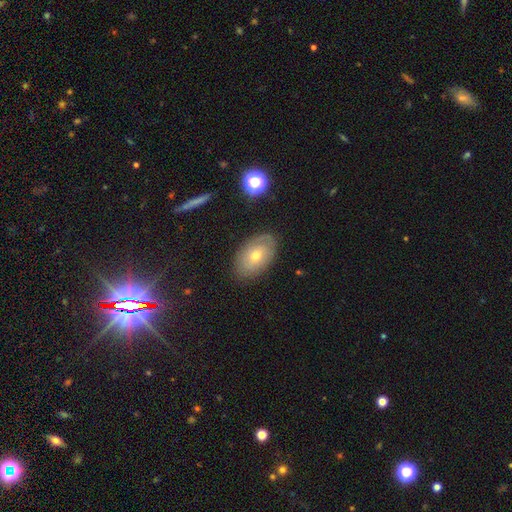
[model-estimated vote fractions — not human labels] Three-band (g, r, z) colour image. It shows a smooth galaxy with no disk features (49%). Merging: none (81%).